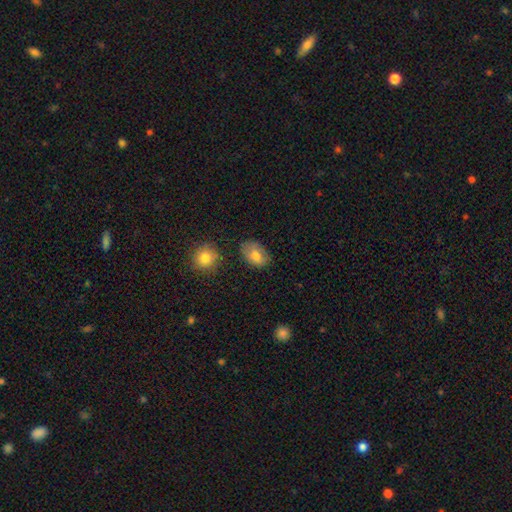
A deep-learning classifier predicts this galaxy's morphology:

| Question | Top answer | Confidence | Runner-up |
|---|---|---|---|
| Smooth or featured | smooth | 78% | featured or disk (14%) |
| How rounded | in between | 83% | round (16%) |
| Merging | none | 70% | minor disturbance (22%) |